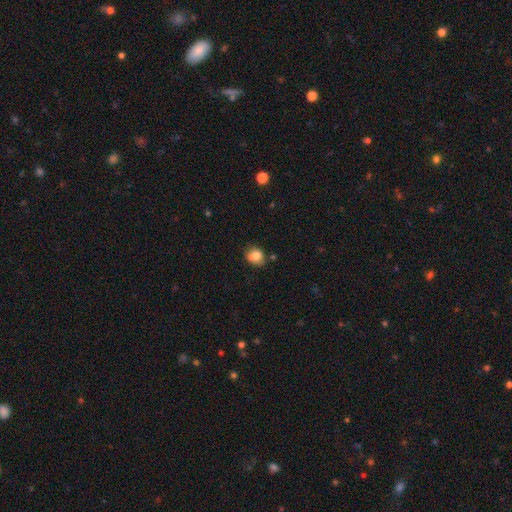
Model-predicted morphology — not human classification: type=smooth (83%); roundness=round (66%); merging=none (76%).